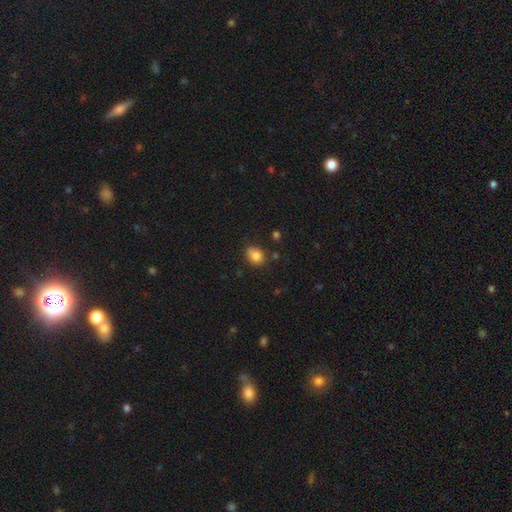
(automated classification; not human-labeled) Smooth or featured?
  - smooth: 84% *
  - star or artifact: 10%
  - featured or disk: 7%
How rounded?
  - in between: 60% *
  - round: 39%
  - cigar-shaped: 1%
Merging?
  - none: 69% *
  - minor disturbance: 23%
  - major disturbance: 5%
  - merger: 4%